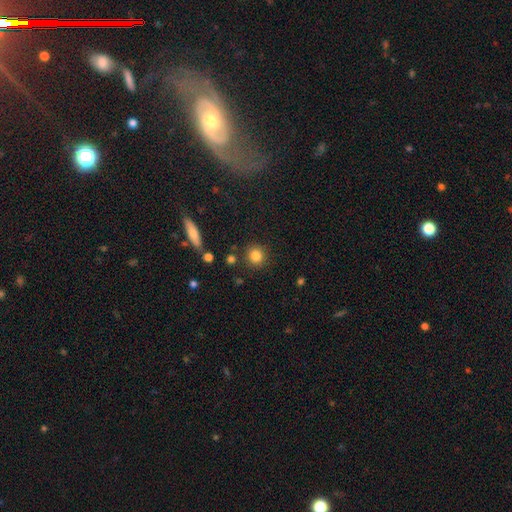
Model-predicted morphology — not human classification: smooth_or_featured: smooth (p=0.84) [alt: star or artifact p=0.10]
how_rounded: round (p=0.90) [alt: in between p=0.09]
merging: none (p=0.86) [alt: minor disturbance p=0.07]